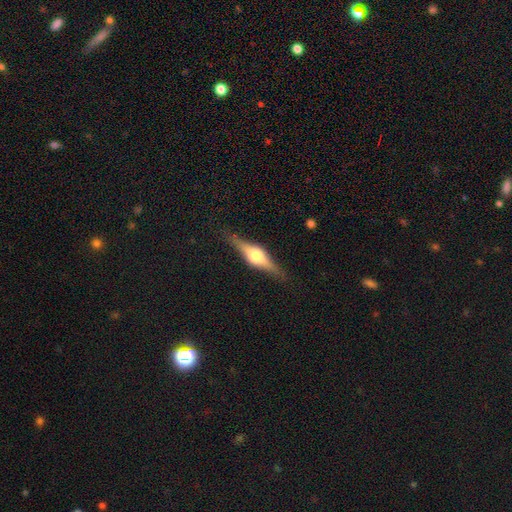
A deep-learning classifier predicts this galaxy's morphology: smooth-or-featured: featured or disk: 74% | smooth: 20% | star or artifact: 6%
  disk-edge-on: yes: 97% | no: 3%
    edge-on-bulge: rounded: 91% | boxy: 7% | none: 2%
  merging: none: 86% | minor disturbance: 10% | major disturbance: 3% | merger: 1%